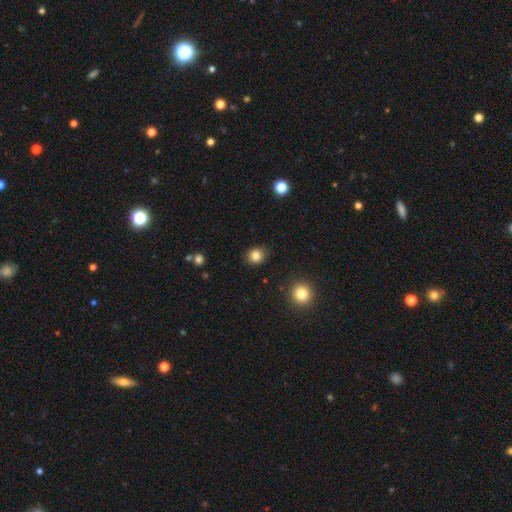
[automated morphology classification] Smooth or featured?
  - smooth: 83% *
  - star or artifact: 12%
  - featured or disk: 6%
How rounded?
  - round: 79% *
  - in between: 20%
  - cigar-shaped: 1%
Merging?
  - none: 89% *
  - minor disturbance: 8%
  - major disturbance: 2%
  - merger: 1%